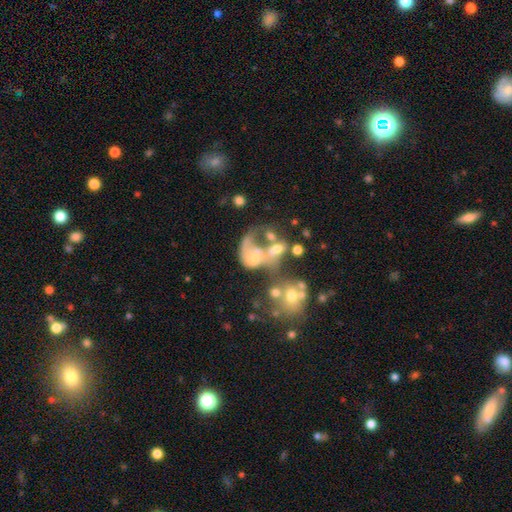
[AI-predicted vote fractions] Q: Smooth or featured?
A: featured or disk (53%); runner-up: smooth (31%)
Q: Edge-on disk?
A: no (98%); runner-up: yes (2%)
Q: Bar?
A: no (86%); runner-up: weak (10%)
Q: Spiral arms?
A: no (77%); runner-up: yes (23%)
Q: Bulge size?
A: none (47%); runner-up: moderate (24%)
Q: Merging?
A: merger (53%); runner-up: major disturbance (27%)